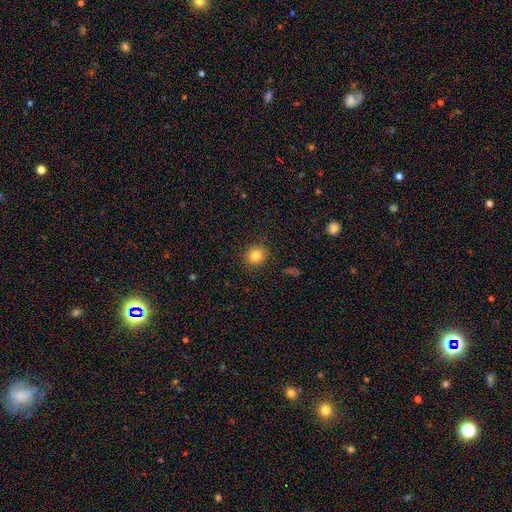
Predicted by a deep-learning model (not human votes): Smooth or featured? smooth (83%)
How rounded? round (91%)
Merging? none (89%)